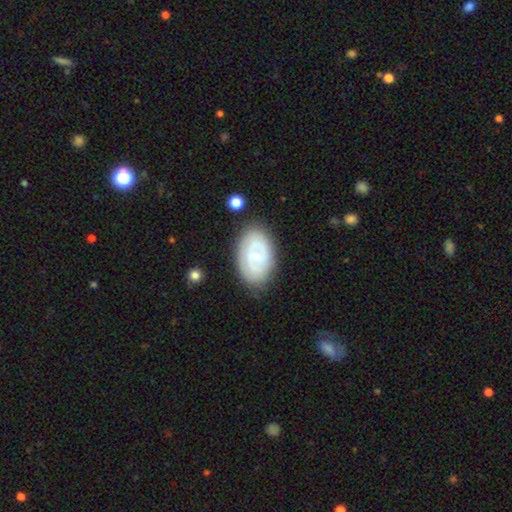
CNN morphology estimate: This is likely a featured or disk galaxy (64%). It is clearly not viewed edge-on (95%). Bar: possibly no (60%). Spiral arm pattern: likely yes (68%). Central bulge: likely small (69%). Merging: likely none (79%).